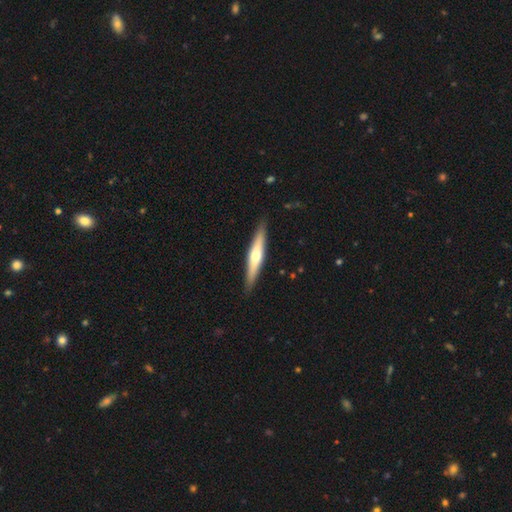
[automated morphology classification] Q: Smooth or featured?
A: featured or disk (53%); runner-up: smooth (42%)
Q: Edge-on disk?
A: yes (94%); runner-up: no (6%)
Q: Merging?
A: none (89%); runner-up: minor disturbance (8%)